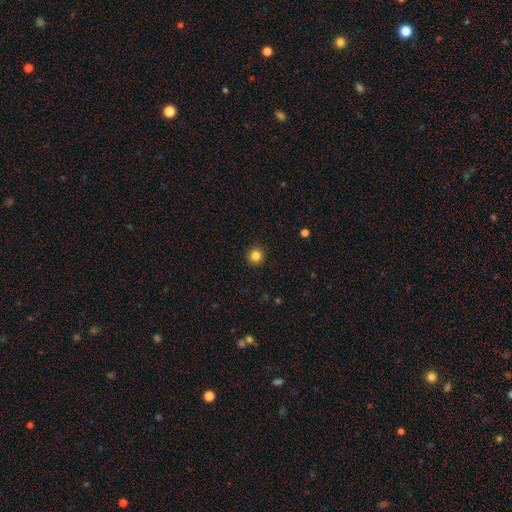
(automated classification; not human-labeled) smooth-or-featured: smooth: 84% | star or artifact: 12% | featured or disk: 4%
  how-rounded: round: 95% | in between: 4% | cigar-shaped: 1%
  merging: none: 92% | minor disturbance: 5% | major disturbance: 2% | merger: 1%